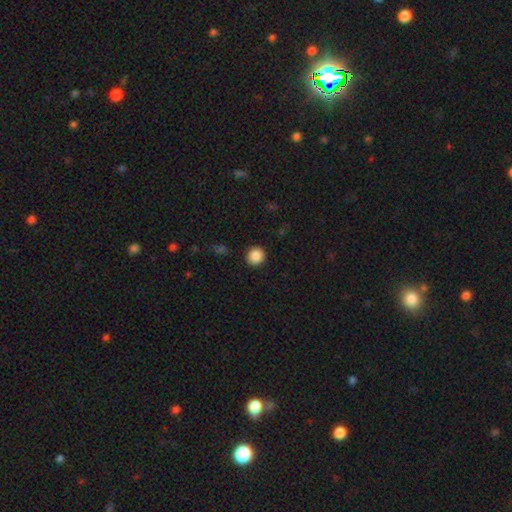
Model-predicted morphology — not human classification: Smooth or featured? Predicted: smooth (p=0.87). How rounded? Predicted: round (p=0.94). Merging? Predicted: none (p=0.92).